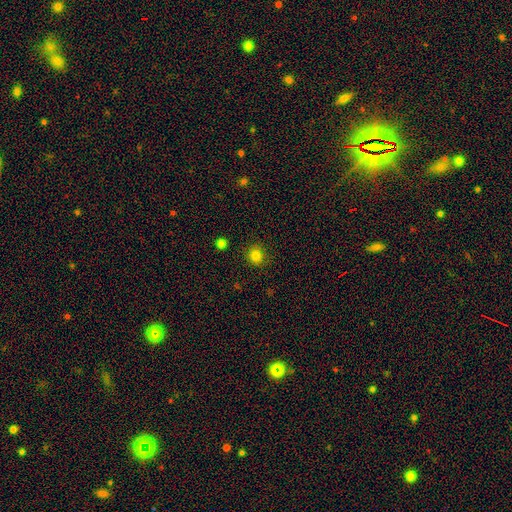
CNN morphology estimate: A smooth galaxy with no disk features (82%) that is round (88%). Merging: none (89%).